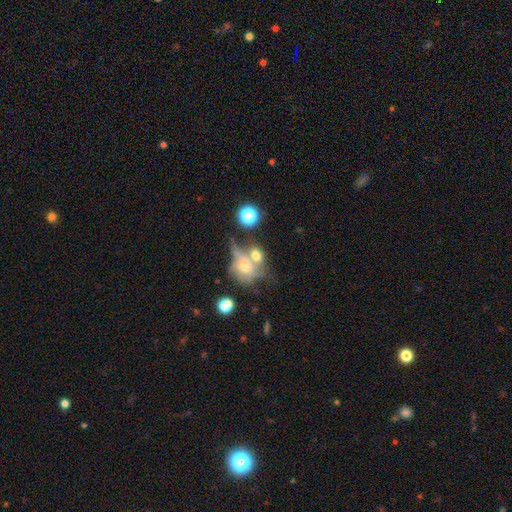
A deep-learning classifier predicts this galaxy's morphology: smooth-or-featured: featured or disk: 40% | smooth: 38% | star or artifact: 22%
  merging: none: 36% | merger: 35% | major disturbance: 15% | minor disturbance: 15%